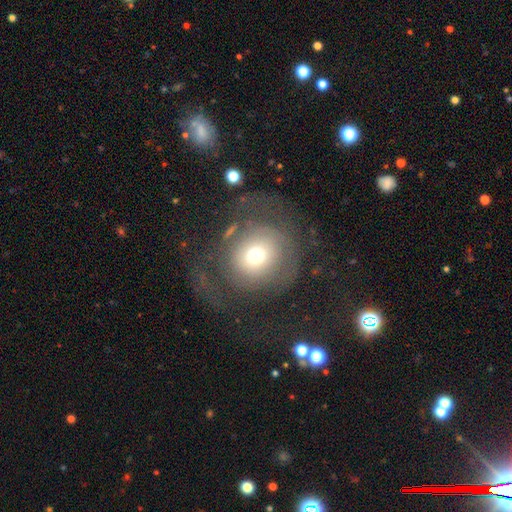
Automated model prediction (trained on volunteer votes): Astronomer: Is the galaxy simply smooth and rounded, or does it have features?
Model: smooth — 51% (runner-up: featured or disk, 37%).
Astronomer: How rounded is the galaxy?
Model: round — 86%.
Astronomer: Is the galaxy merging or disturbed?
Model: none — 46% (runner-up: major disturbance, 35%).